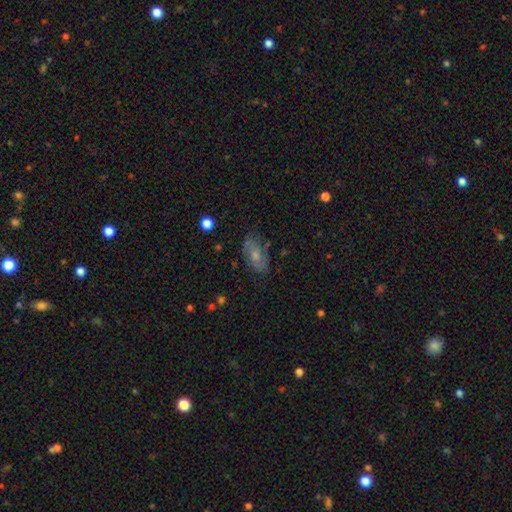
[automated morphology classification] Smooth or featured? Predicted: featured or disk (p=0.50). Edge-on disk? Predicted: no (p=0.90). Merging? Predicted: none (p=0.78).